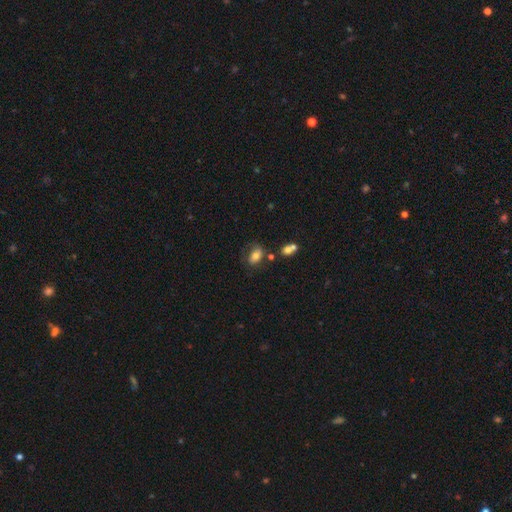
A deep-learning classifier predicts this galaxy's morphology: A smooth galaxy with no disk features (68%) that is in between round and cigar-shaped (81%). Merging: none (54%).